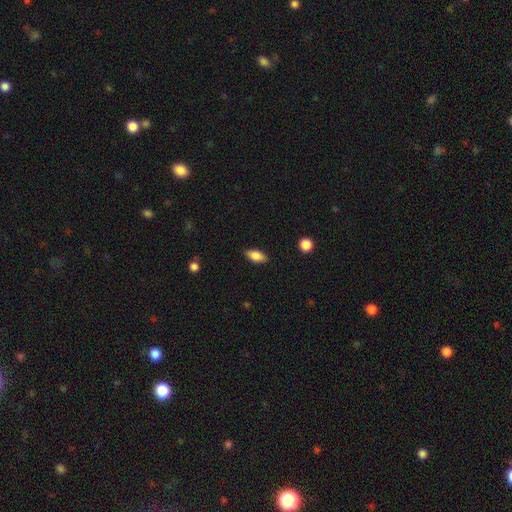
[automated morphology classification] This is clearly a smooth galaxy (83%). How rounded: clearly in between (88%). Merging: clearly none (83%).